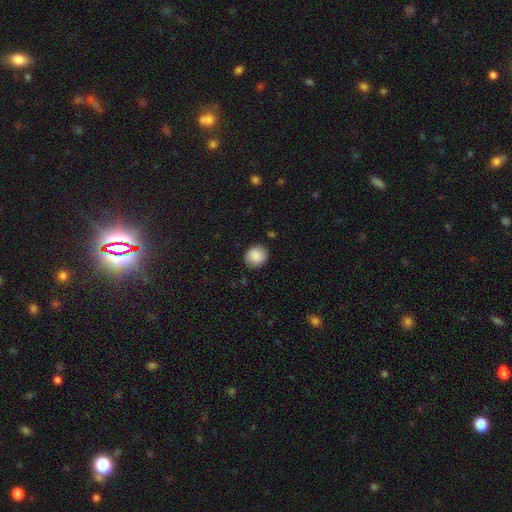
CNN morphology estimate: Overall: smooth (88%). How rounded: round (83%). Merging: none (87%).